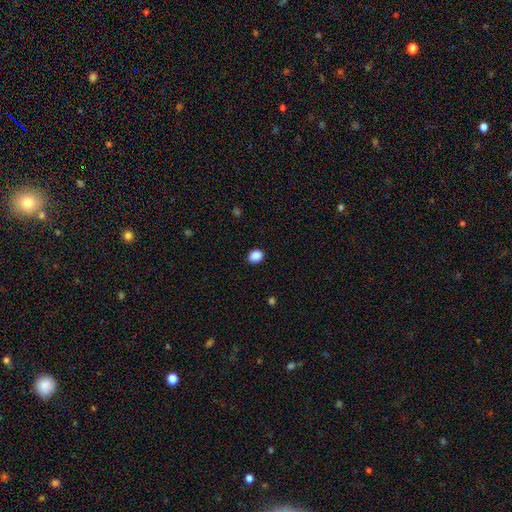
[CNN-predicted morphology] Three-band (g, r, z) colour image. It shows a smooth galaxy with no disk features (89%) that is in between round and cigar-shaped (53%). Merging: none (89%).